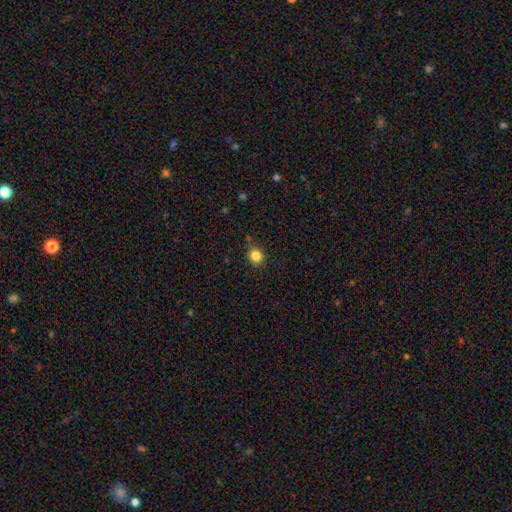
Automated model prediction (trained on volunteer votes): This is clearly a smooth galaxy (84%). How rounded: clearly round (89%). Merging: clearly none (84%).